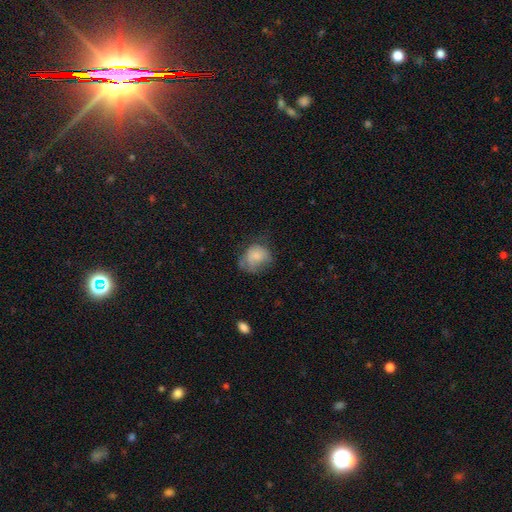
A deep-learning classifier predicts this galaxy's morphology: Smooth or featured?
  - smooth: 72% *
  - featured or disk: 19%
  - star or artifact: 9%
How rounded?
  - round: 58% *
  - in between: 41%
  - cigar-shaped: 1%
Merging?
  - none: 40% *
  - minor disturbance: 33%
  - major disturbance: 24%
  - merger: 3%